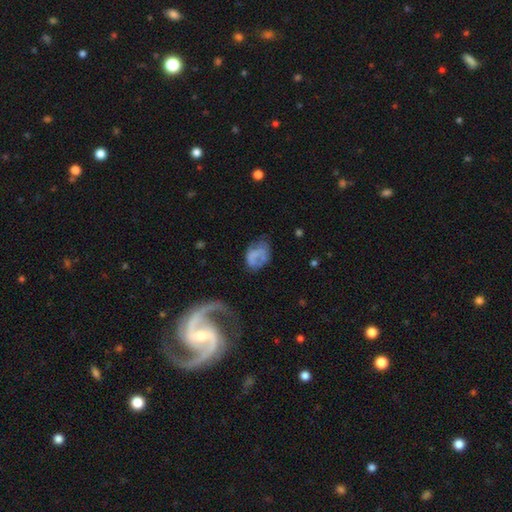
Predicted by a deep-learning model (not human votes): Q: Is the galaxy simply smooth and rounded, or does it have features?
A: smooth — 50%.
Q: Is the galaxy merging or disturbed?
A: none — 39%.